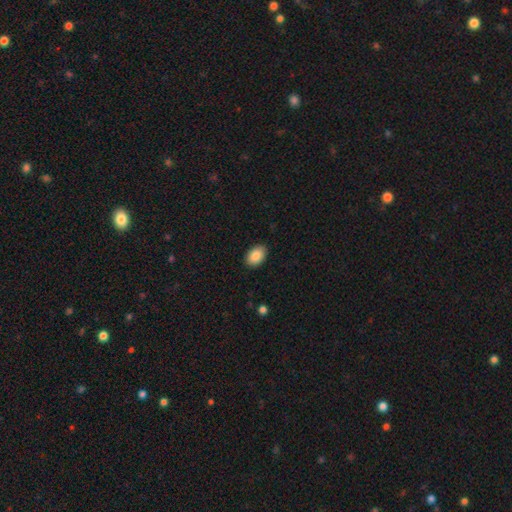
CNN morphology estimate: type=smooth (87%); roundness=in between (88%); merging=none (90%).